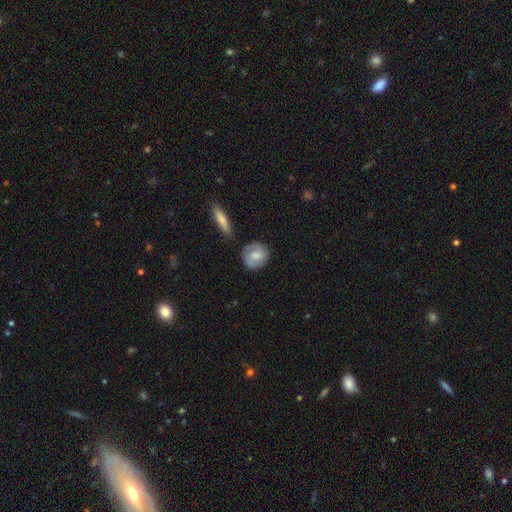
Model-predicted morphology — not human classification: A smooth galaxy with no disk features (57%) that is round (78%).

Vote fractions:
- Smooth or featured? smooth: 57% / featured or disk: 37% / star or artifact: 6%
- How rounded? round: 78% / in between: 19% / cigar-shaped: 2%
- Merging? none: 73% / minor disturbance: 18% / major disturbance: 5% / merger: 5%